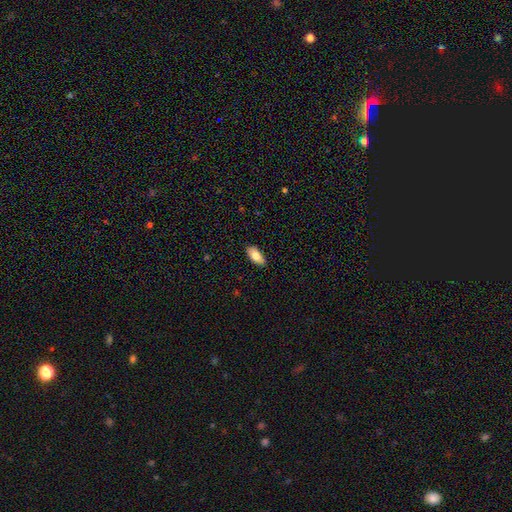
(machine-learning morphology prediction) Overall: smooth (78%). How rounded: in between (89%). Merging: none (88%).